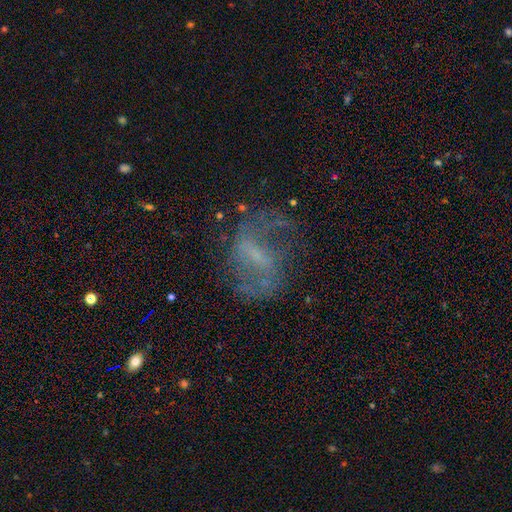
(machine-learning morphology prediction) Overall: featured or disk (69%). Edge-on disk: no (95%). Bar: weak (44%; strong 34%). Spiral arms: yes (73%). Bulge size: small (41%; none 37%). Merging: none (58%; major disturbance 21%).